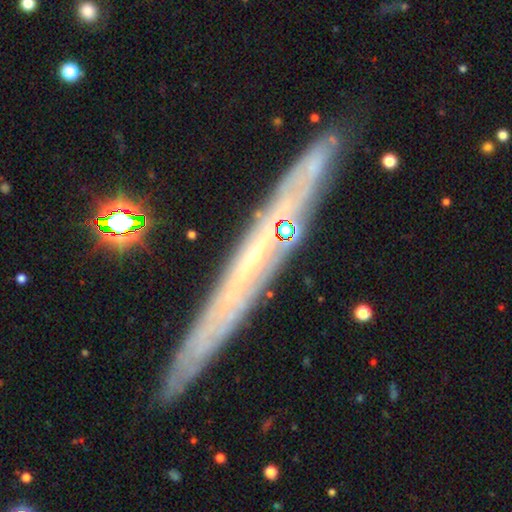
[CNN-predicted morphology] Smooth or featured?
  - featured or disk: 72% *
  - smooth: 18%
  - star or artifact: 10%
Edge-on disk?
  - yes: 87% *
  - no: 13%
Edge-on bulge?
  - none: 73% *
  - rounded: 24%
  - boxy: 3%
Merging?
  - none: 86% *
  - minor disturbance: 10%
  - merger: 2%
  - major disturbance: 2%